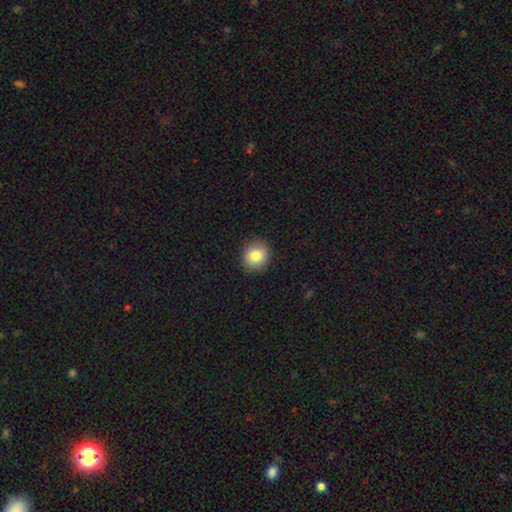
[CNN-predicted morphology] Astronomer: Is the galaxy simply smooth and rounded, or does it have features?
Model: smooth — 84%.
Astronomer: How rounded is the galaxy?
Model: round — 80%.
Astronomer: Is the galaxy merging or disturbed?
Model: none — 89%.